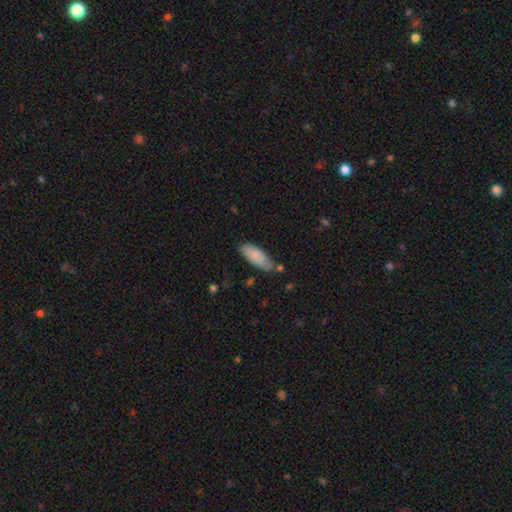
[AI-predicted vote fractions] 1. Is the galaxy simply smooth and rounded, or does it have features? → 85% smooth, 9% featured or disk, 6% star or artifact.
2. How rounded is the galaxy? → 79% in between, 19% cigar-shaped, 2% round.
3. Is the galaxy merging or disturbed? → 64% none, 25% minor disturbance, 6% merger, 5% major disturbance.